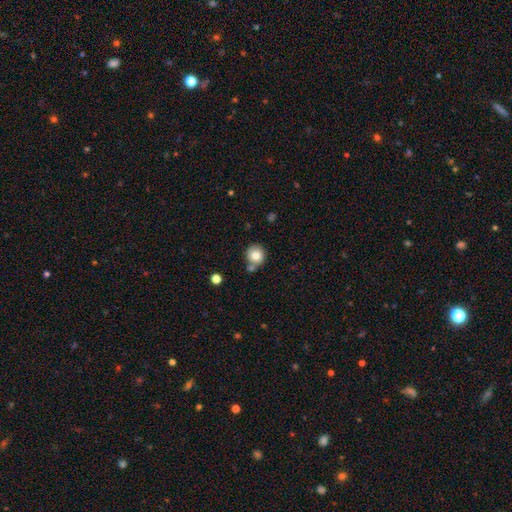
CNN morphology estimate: smooth 80%, featured or disk 10%, star or artifact 10%. Down the decision tree: how rounded — round (89%); merging — none (65%).